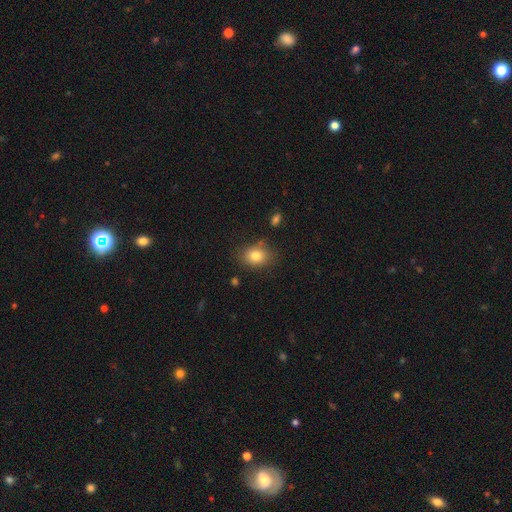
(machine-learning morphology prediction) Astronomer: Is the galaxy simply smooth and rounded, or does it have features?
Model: smooth — 81%.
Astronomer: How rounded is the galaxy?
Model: in between — 56% (runner-up: round, 43%).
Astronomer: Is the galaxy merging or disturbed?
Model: none — 76%.